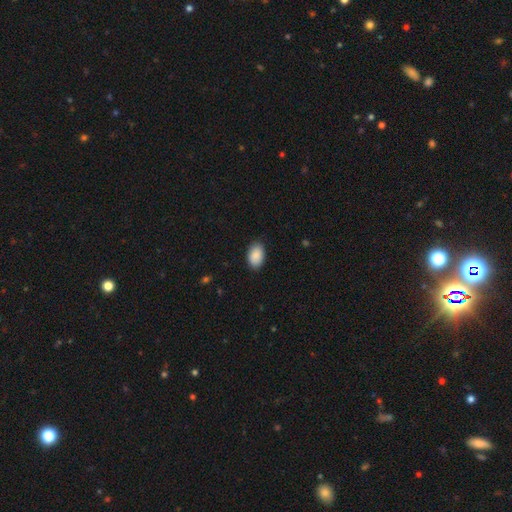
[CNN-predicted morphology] This appears to be a smooth galaxy with no disk features (89%) that is in between round and cigar-shaped (92%). Merging: none (86%).